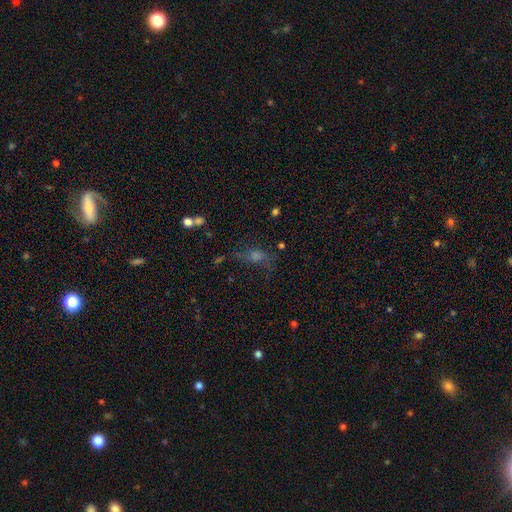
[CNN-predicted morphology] Overall: featured or disk (34%, tied with star or artifact). Merging: none (49%; major disturbance 27%).